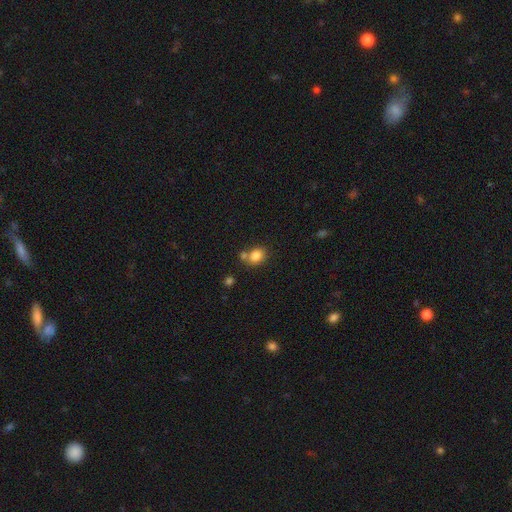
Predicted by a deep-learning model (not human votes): A smooth galaxy with no disk features (83%) that is round (54%). Merging: none (56%).